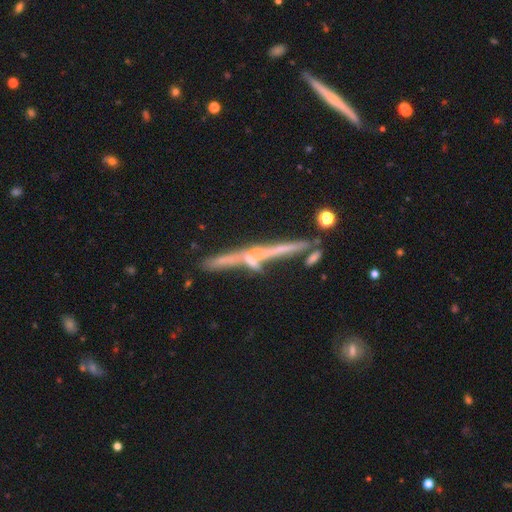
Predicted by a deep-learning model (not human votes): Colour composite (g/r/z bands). It shows a featured or disk galaxy (73%) viewed edge-on (95%) with no central bulge (58%). Merging: none (67%).